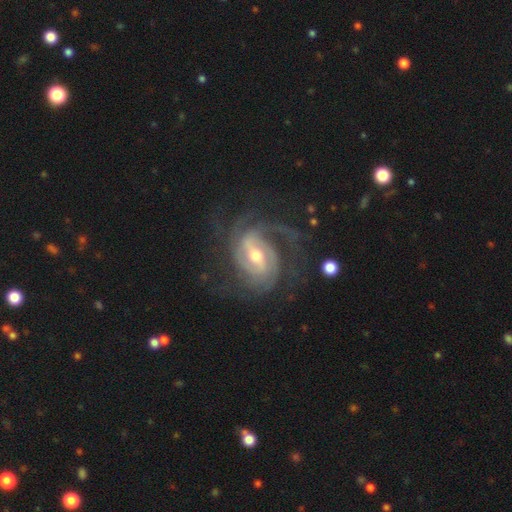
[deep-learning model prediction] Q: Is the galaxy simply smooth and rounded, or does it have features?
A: featured or disk — 91%.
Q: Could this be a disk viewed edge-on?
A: no — 97%.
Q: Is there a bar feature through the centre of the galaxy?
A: weak — 45%.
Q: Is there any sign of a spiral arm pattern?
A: yes — 97%.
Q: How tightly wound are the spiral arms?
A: tight — 46%.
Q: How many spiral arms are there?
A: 2 — 29%.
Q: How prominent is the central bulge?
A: moderate — 60%.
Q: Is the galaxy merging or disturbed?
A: none — 66%.